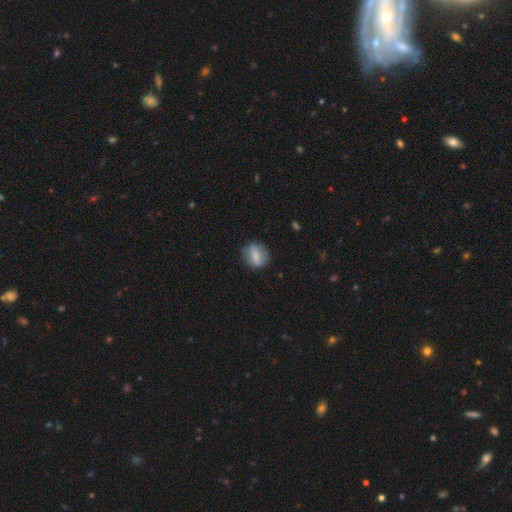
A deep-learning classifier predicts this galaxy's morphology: Smooth or featured? smooth (67%)
How rounded? round (57%)
Merging? none (79%)